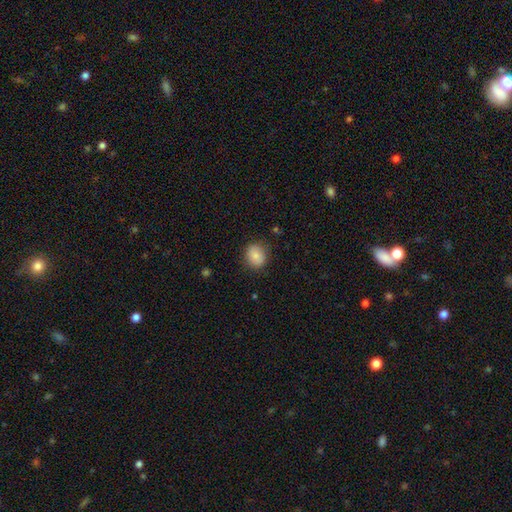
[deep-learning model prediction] Smooth or featured?
  - smooth: 84% *
  - star or artifact: 8%
  - featured or disk: 8%
How rounded?
  - round: 71% *
  - in between: 28%
  - cigar-shaped: 1%
Merging?
  - none: 84% *
  - minor disturbance: 11%
  - major disturbance: 3%
  - merger: 1%